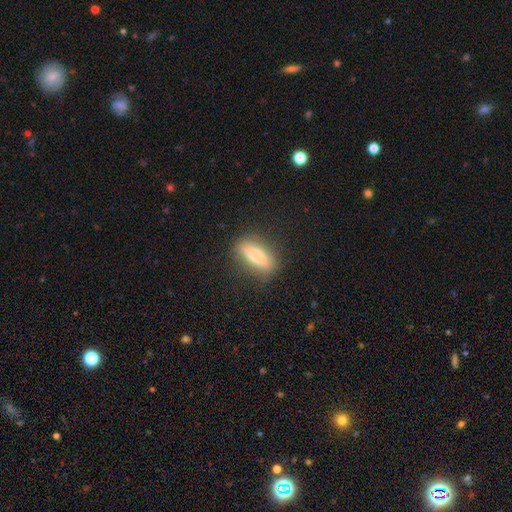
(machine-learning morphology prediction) A smooth galaxy with no disk features (59%) that is in between round and cigar-shaped (57%). Merging: none (80%).